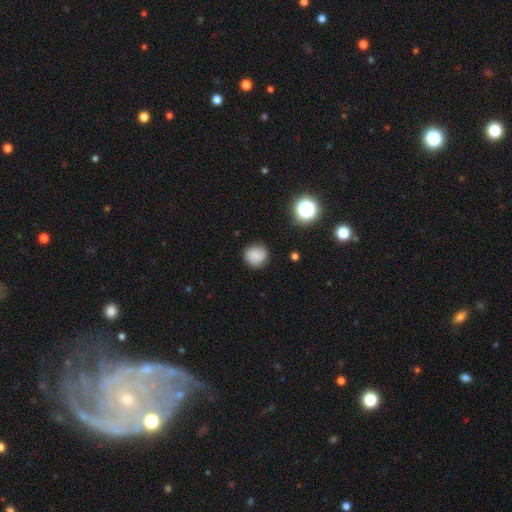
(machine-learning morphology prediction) smooth-or-featured: smooth: 77% | featured or disk: 12% | star or artifact: 11%
  how-rounded: round: 89% | in between: 10% | cigar-shaped: 1%
  merging: none: 83% | minor disturbance: 12% | major disturbance: 3% | merger: 1%